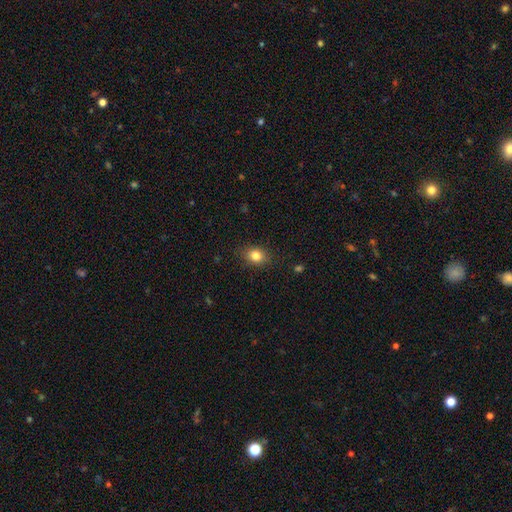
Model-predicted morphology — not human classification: Smooth or featured? Predicted: smooth (p=0.82). How rounded? Predicted: in between (p=0.56). Merging? Predicted: none (p=0.86).